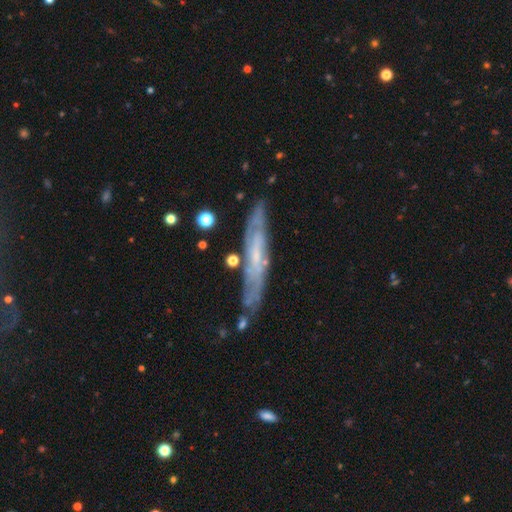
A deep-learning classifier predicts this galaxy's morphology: This is likely a featured or disk galaxy (68%). It is possibly viewed edge-on (57%). Merging: likely none (74%).